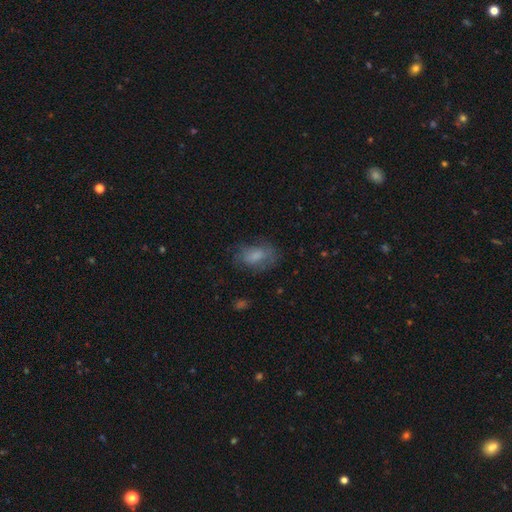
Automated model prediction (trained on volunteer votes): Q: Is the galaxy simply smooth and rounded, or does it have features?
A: smooth — 67%.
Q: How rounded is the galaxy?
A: in between — 87%.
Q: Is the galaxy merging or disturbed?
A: none — 61%.